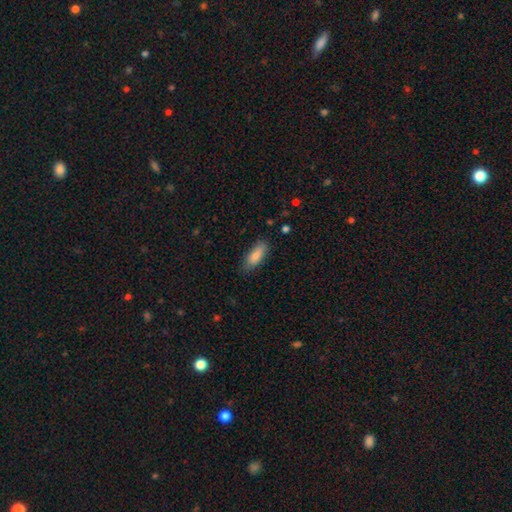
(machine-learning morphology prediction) A smooth galaxy with no disk features (85%) that is in between round and cigar-shaped (74%).

Vote fractions:
- Smooth or featured? smooth: 85% / featured or disk: 9% / star or artifact: 6%
- How rounded? in between: 74% / cigar-shaped: 24% / round: 2%
- Merging? none: 78% / minor disturbance: 17% / major disturbance: 3% / merger: 1%